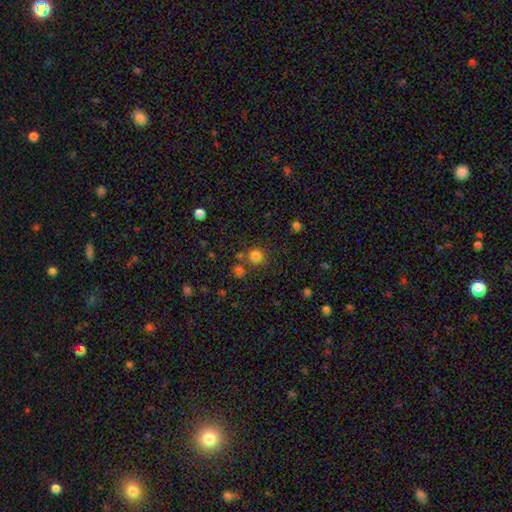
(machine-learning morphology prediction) A smooth galaxy with no disk features (80%) that is round (91%). Merging: none (73%).